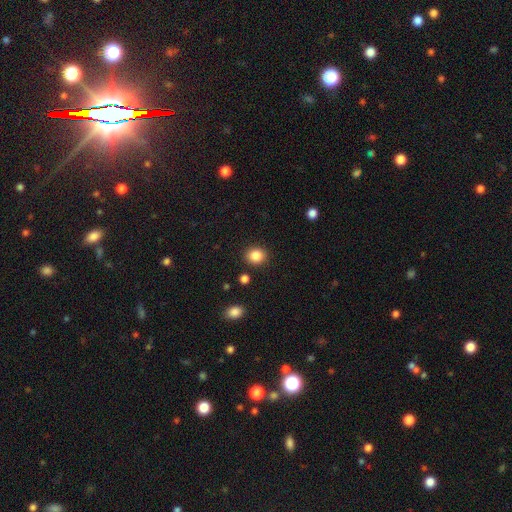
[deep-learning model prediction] A smooth galaxy with no disk features (86%) that is round (73%).

Vote fractions:
- Smooth or featured? smooth: 86% / star or artifact: 10% / featured or disk: 5%
- How rounded? round: 73% / in between: 26% / cigar-shaped: 1%
- Merging? none: 88% / minor disturbance: 7% / merger: 2% / major disturbance: 2%